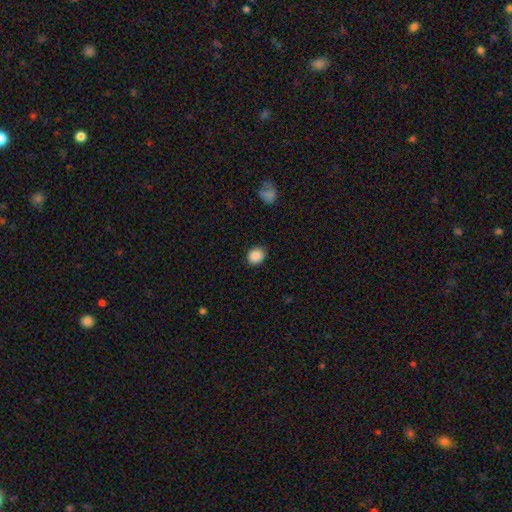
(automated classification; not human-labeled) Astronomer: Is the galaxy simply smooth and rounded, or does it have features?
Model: smooth — 88%.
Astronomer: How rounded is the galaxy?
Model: round — 73%.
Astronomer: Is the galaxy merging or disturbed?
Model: none — 89%.